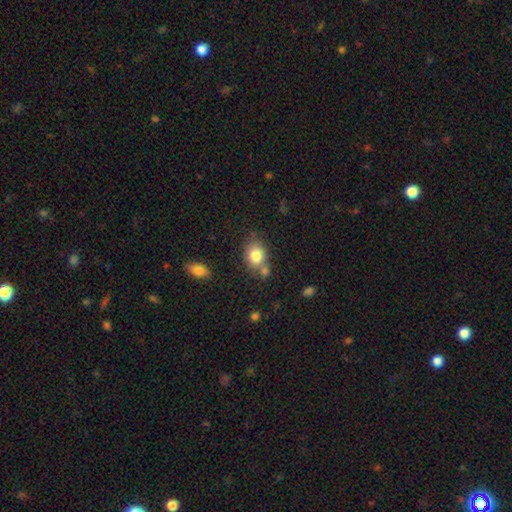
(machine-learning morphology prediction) Smooth or featured? smooth (83%)
How rounded? in between (54%)
Merging? none (59%)